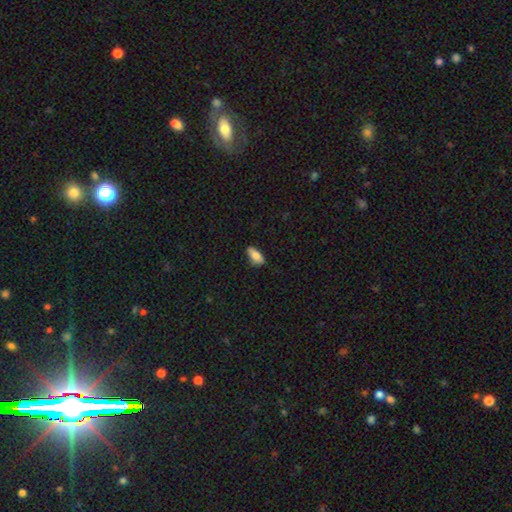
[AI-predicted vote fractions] A smooth galaxy with no disk features (78%) that is in between round and cigar-shaped (85%).

Vote fractions:
- Smooth or featured? smooth: 78% / featured or disk: 15% / star or artifact: 7%
- How rounded? in between: 85% / cigar-shaped: 12% / round: 3%
- Merging? none: 77% / minor disturbance: 18% / major disturbance: 3% / merger: 2%